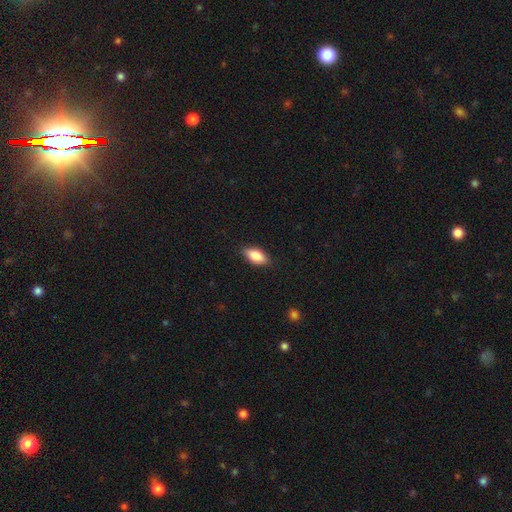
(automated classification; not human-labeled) smooth 84%, featured or disk 9%, star or artifact 7%. Down the decision tree: how rounded — in between (88%); merging — none (85%).